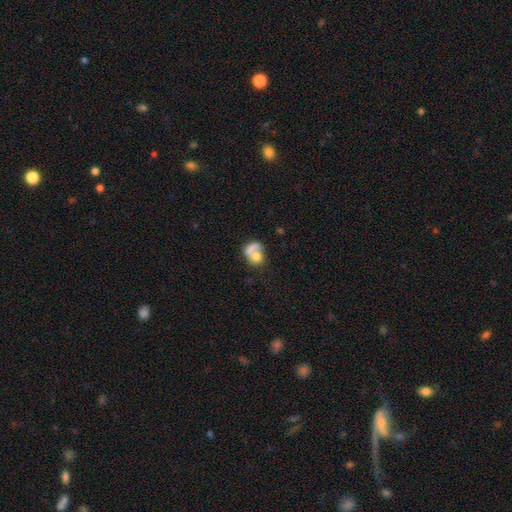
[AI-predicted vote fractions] smooth_or_featured: smooth (p=0.65) [alt: featured or disk p=0.26]
how_rounded: round (p=0.50) [alt: in between p=0.48]
merging: merger (p=0.52) [alt: none p=0.25]